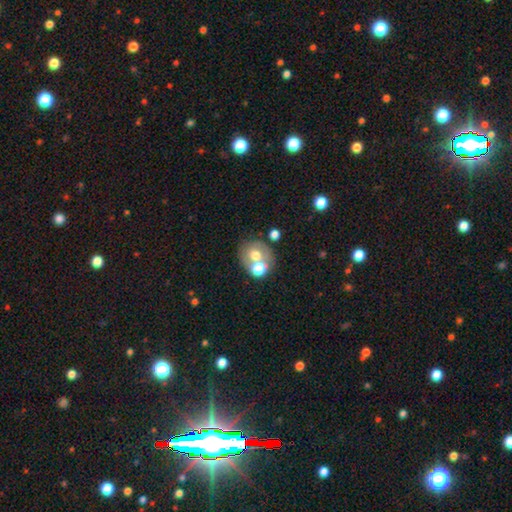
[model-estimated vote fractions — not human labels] This is likely a smooth galaxy (61%). How rounded: likely round (72%). Merging: possibly none (46%).